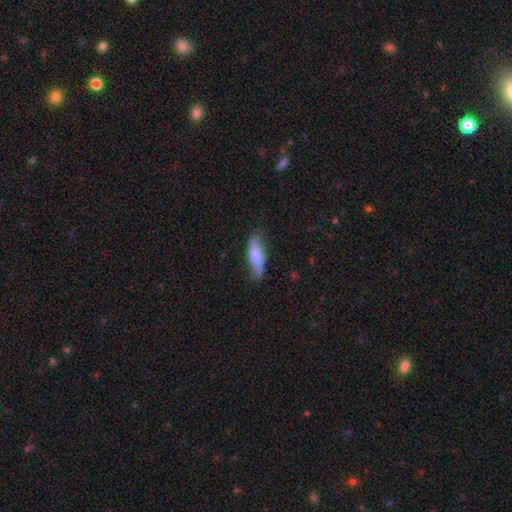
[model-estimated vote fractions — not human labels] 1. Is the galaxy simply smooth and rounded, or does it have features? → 66% smooth, 28% featured or disk, 6% star or artifact.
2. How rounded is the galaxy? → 55% cigar-shaped, 43% in between, 2% round.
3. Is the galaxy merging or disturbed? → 73% none, 22% minor disturbance, 4% major disturbance, 1% merger.